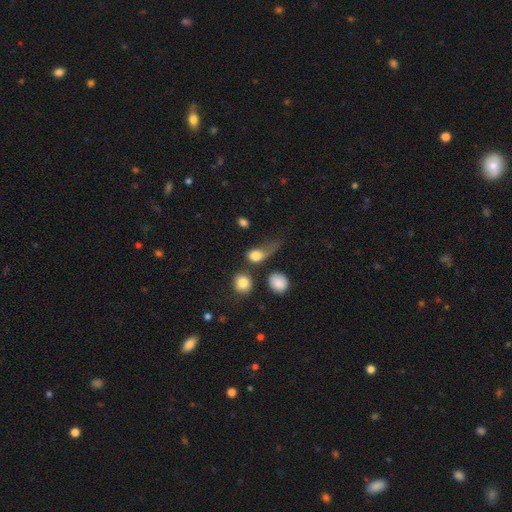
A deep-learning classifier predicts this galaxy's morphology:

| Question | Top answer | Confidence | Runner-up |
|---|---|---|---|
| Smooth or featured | smooth | 79% | featured or disk (11%) |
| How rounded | in between | 51% | round (46%) |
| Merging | major disturbance | 39% | none (27%) |